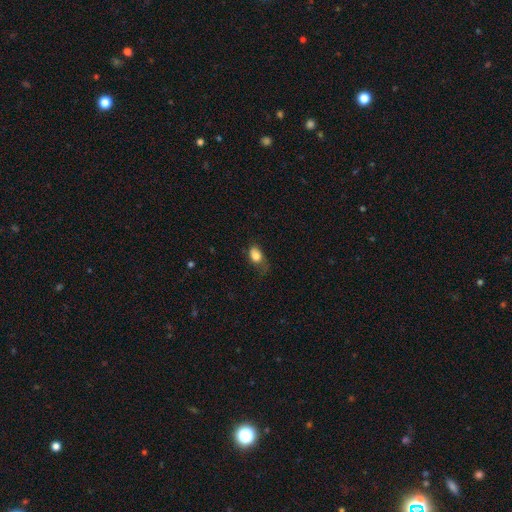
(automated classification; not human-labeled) Smooth or featured: smooth — 80% (featured or disk — 12%)
How rounded: in between — 75% (round — 22%)
Merging: minor disturbance — 36% (none — 35%)